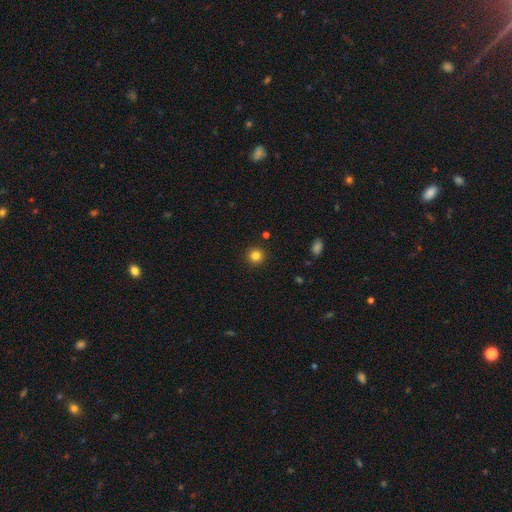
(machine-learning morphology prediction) smooth_or_featured: smooth (p=0.83) [alt: star or artifact p=0.12]
how_rounded: round (p=0.95) [alt: in between p=0.04]
merging: none (p=0.92) [alt: minor disturbance p=0.05]